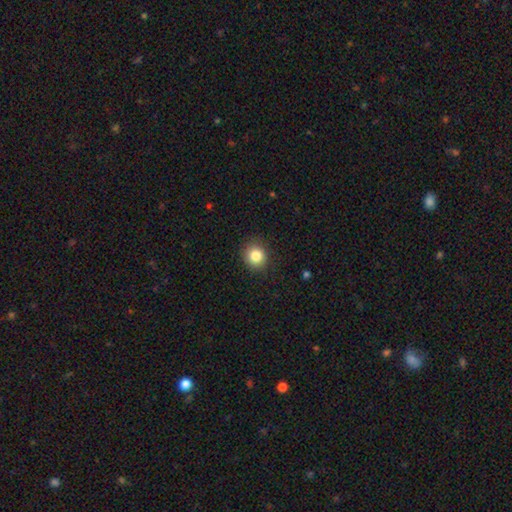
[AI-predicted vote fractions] Q: Smooth or featured?
A: smooth (84%); runner-up: star or artifact (10%)
Q: How rounded?
A: round (86%); runner-up: in between (13%)
Q: Merging?
A: none (88%); runner-up: minor disturbance (8%)